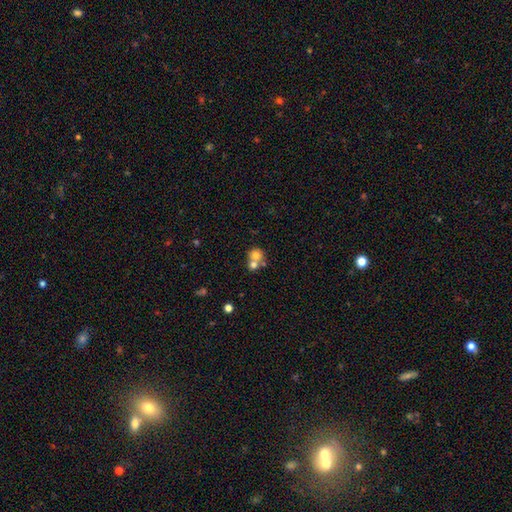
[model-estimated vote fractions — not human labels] smooth-or-featured: smooth: 72% | featured or disk: 16% | star or artifact: 12%
  how-rounded: round: 81% | in between: 18% | cigar-shaped: 1%
  merging: merger: 57% | none: 34% | minor disturbance: 6% | major disturbance: 3%